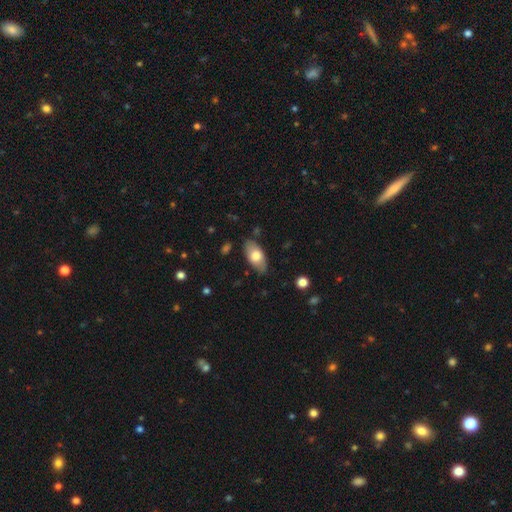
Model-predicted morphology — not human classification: Smooth or featured? Predicted: smooth (p=0.73). How rounded? Predicted: in between (p=0.92). Merging? Predicted: none (p=0.82).